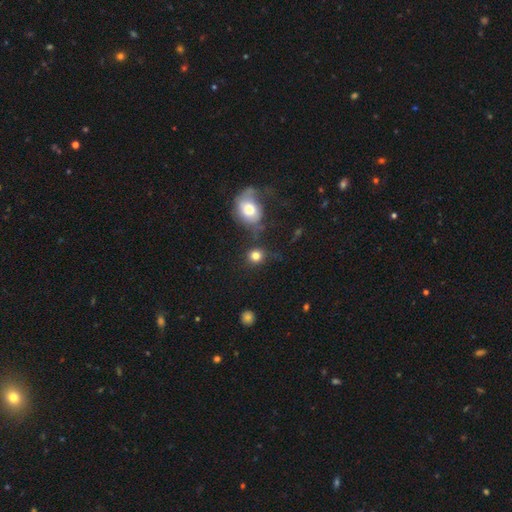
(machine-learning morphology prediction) Smooth or featured: smooth — 82% (star or artifact — 11%)
How rounded: round — 87% (in between — 12%)
Merging: none — 72% (minor disturbance — 12%)